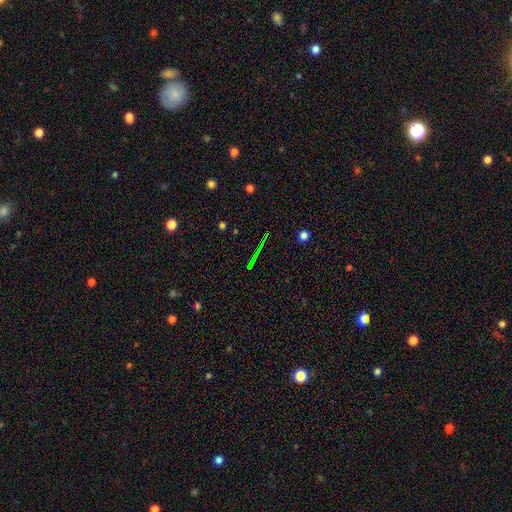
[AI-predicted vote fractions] The model was most divided on "smooth or featured": star or artifact: 65%, featured or disk: 18%, smooth: 16%.